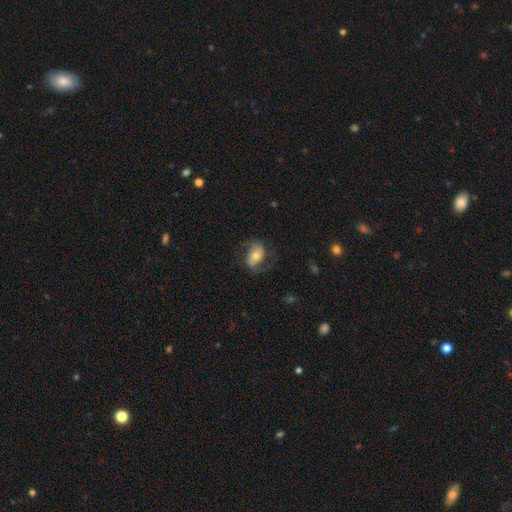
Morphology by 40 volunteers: This is possibly a featured or disk galaxy (45%). It is clearly not viewed edge-on (100%). Bar: marginally no (39%). Spiral arm pattern: clearly yes (83%). Spiral arm count: clearly 2 (93%). Spiral winding: possibly loose (47%). Central bulge: likely moderate (61%). Merging: likely none (60%).